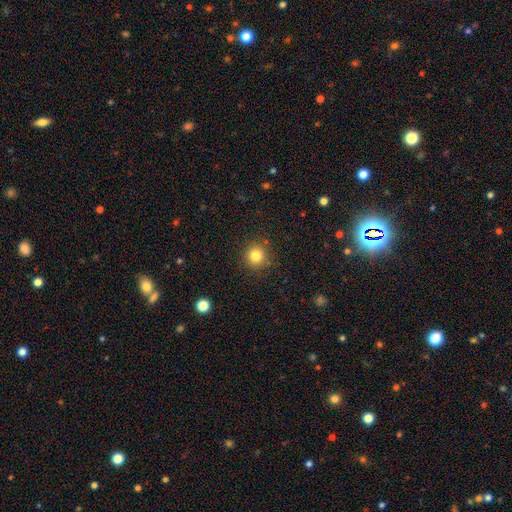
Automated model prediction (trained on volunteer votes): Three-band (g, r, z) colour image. It shows a smooth galaxy with no disk features (82%) that is round (94%). Merging: none (89%).